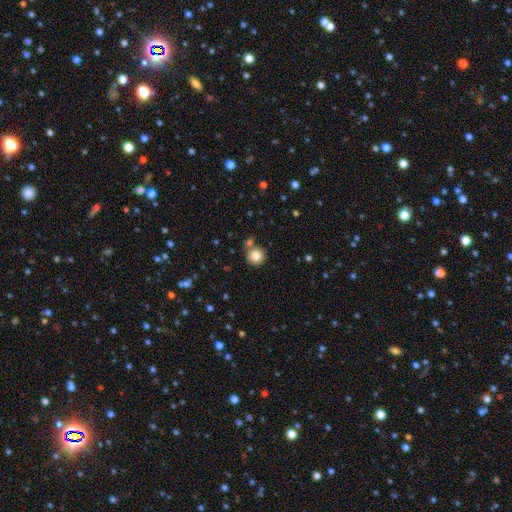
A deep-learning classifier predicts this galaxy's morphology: Smooth or featured?
  - smooth: 83% *
  - star or artifact: 11%
  - featured or disk: 7%
How rounded?
  - round: 93% *
  - in between: 6%
  - cigar-shaped: 1%
Merging?
  - none: 74% *
  - merger: 15%
  - minor disturbance: 9%
  - major disturbance: 3%